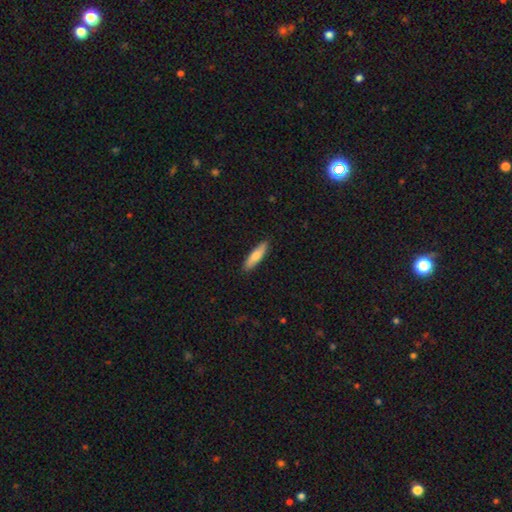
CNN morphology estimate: This is likely a smooth galaxy (73%). How rounded: likely cigar-shaped (71%). Merging: clearly none (89%).